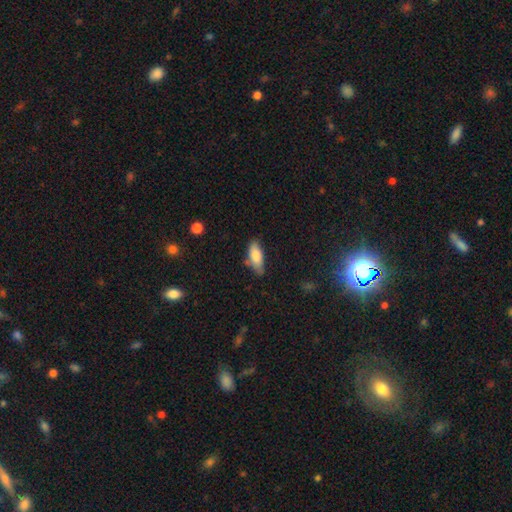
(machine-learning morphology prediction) Smooth or featured?
  - smooth: 81% *
  - featured or disk: 12%
  - star or artifact: 6%
How rounded?
  - in between: 78% *
  - cigar-shaped: 20%
  - round: 2%
Merging?
  - none: 65% *
  - minor disturbance: 26%
  - major disturbance: 5%
  - merger: 4%